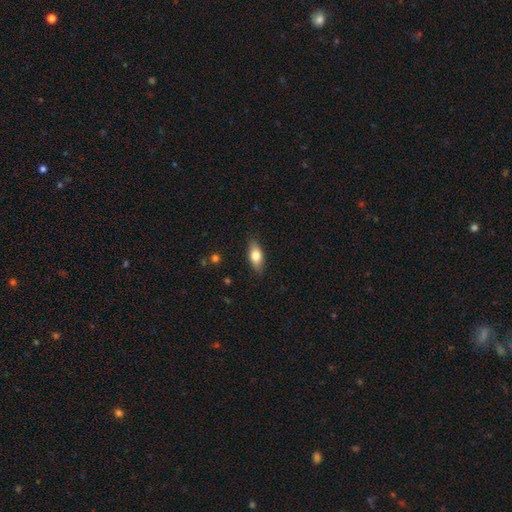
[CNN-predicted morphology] This appears to be a smooth galaxy with no disk features (76%) that is in between round and cigar-shaped (83%). Merging: none (86%).